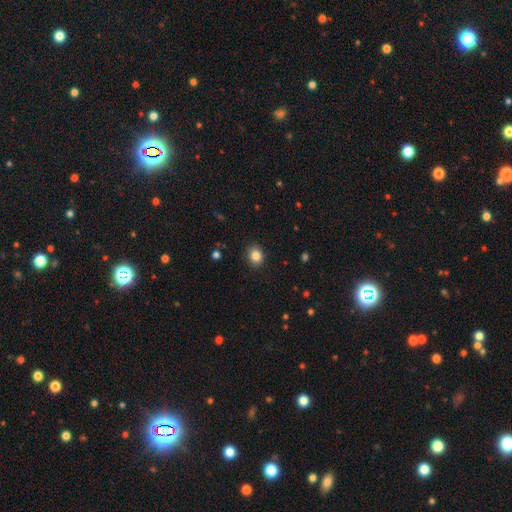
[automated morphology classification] smooth 84%, star or artifact 10%, featured or disk 5%. Down the decision tree: how rounded — round (65%); merging — none (88%).